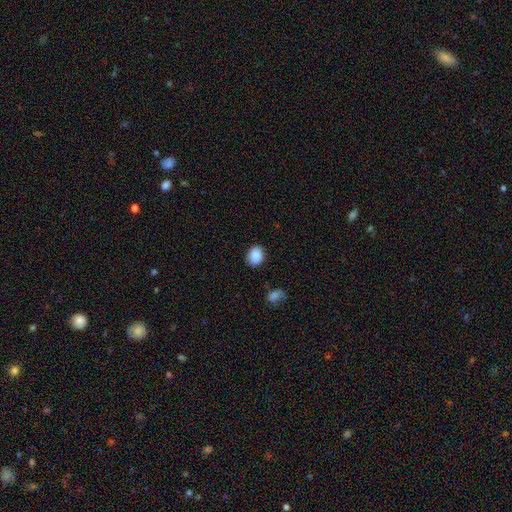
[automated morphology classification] Smooth or featured? smooth (89%)
How rounded? in between (51%)
Merging? none (84%)